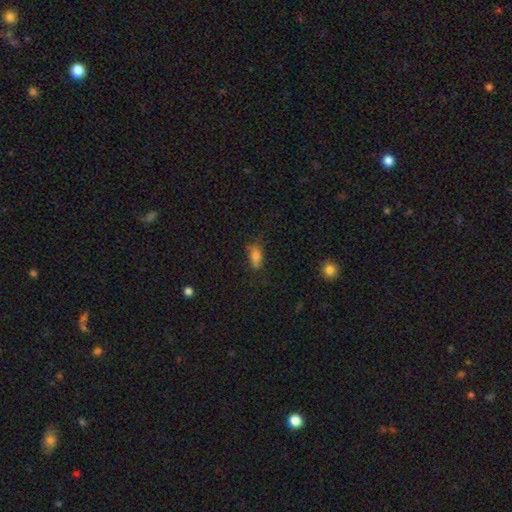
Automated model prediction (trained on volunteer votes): The model was most divided on "merging": none: 67%, minor disturbance: 23%, major disturbance: 7%, merger: 2%. More confident: smooth or featured — smooth (80%); how rounded — in between (78%).